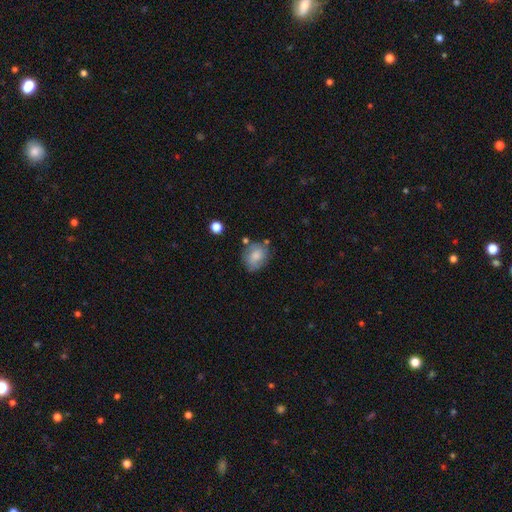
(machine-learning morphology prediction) Overall: smooth (68%). How rounded: round (63%; in between 36%). Merging: none (63%; minor disturbance 23%).